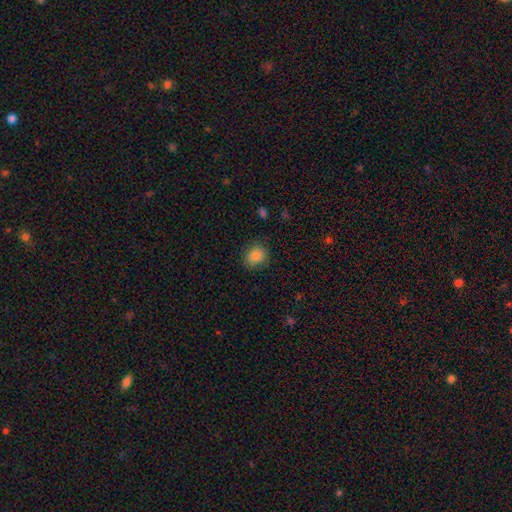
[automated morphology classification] smooth 85%, star or artifact 9%, featured or disk 6%. Down the decision tree: how rounded — round (69%); merging — none (83%).